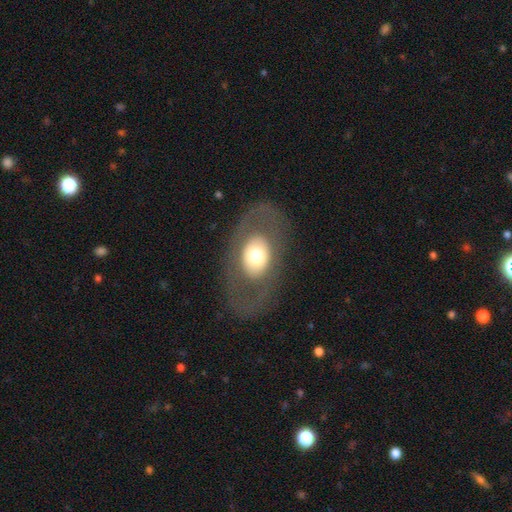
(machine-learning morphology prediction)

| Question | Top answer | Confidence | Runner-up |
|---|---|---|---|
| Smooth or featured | featured or disk | 47% | smooth (46%) |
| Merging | none | 77% | major disturbance (11%) |